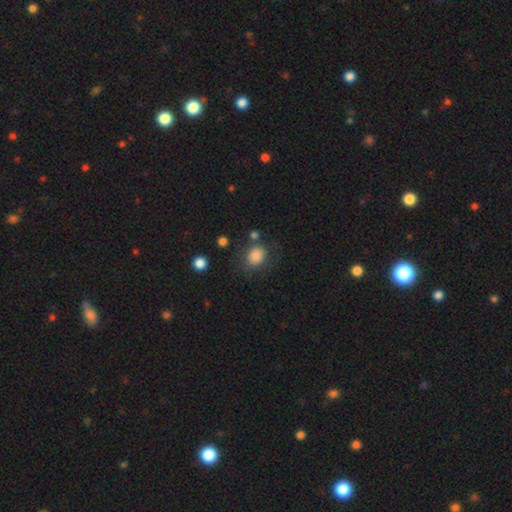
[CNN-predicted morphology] Overall: smooth (85%). How rounded: round (53%; in between 46%). Merging: none (67%).